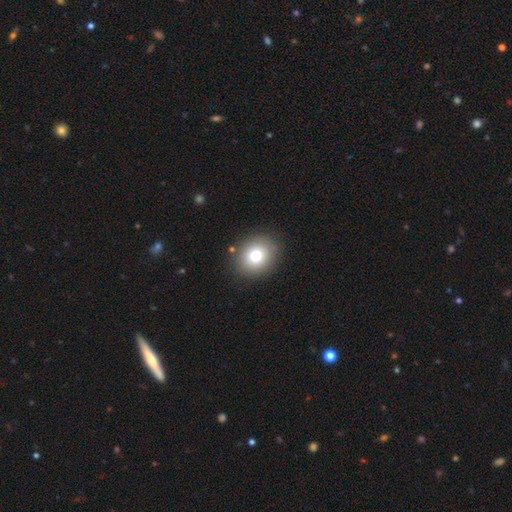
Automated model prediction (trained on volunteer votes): Smooth or featured?
  - smooth: 78% *
  - featured or disk: 11%
  - star or artifact: 11%
How rounded?
  - round: 65% *
  - in between: 35%
  - cigar-shaped: 1%
Merging?
  - none: 88% *
  - minor disturbance: 8%
  - major disturbance: 3%
  - merger: 2%